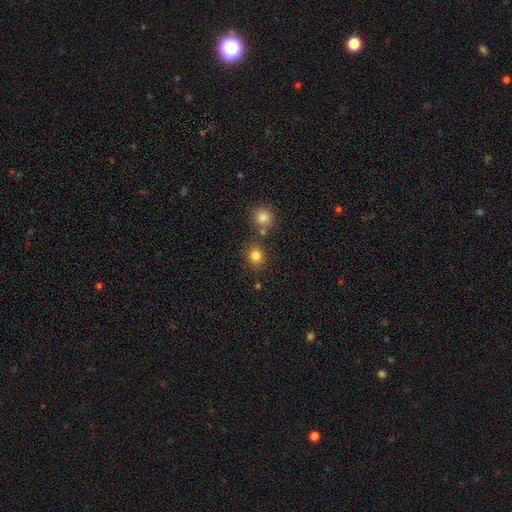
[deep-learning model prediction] smooth-or-featured: smooth: 83% | star or artifact: 12% | featured or disk: 5%
  how-rounded: round: 77% | in between: 22% | cigar-shaped: 1%
  merging: none: 75% | merger: 12% | minor disturbance: 10% | major disturbance: 3%